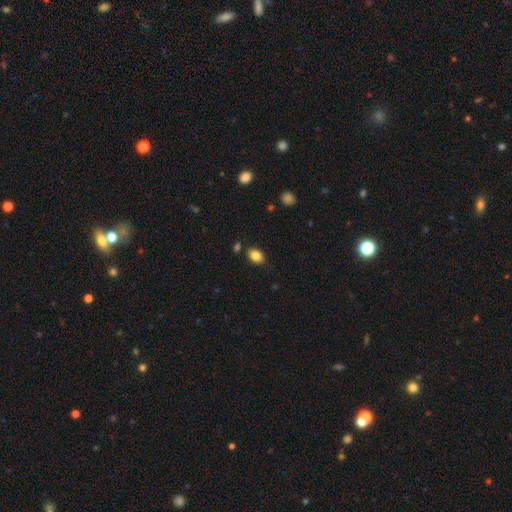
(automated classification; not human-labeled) This is clearly a smooth galaxy (84%). How rounded: clearly in between (80%). Merging: clearly none (82%).